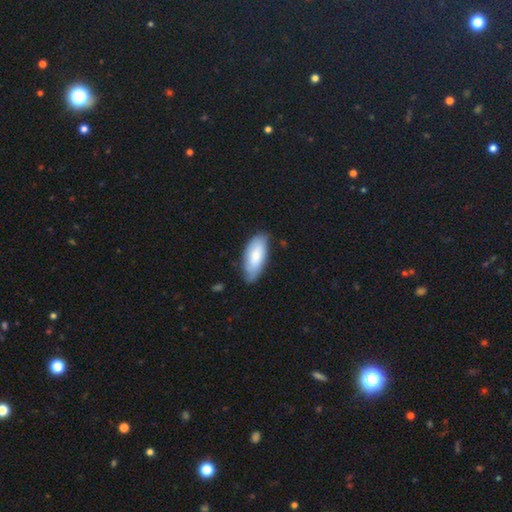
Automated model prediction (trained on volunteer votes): This is likely a smooth galaxy (77%). How rounded: clearly in between (85%). Merging: likely none (74%).